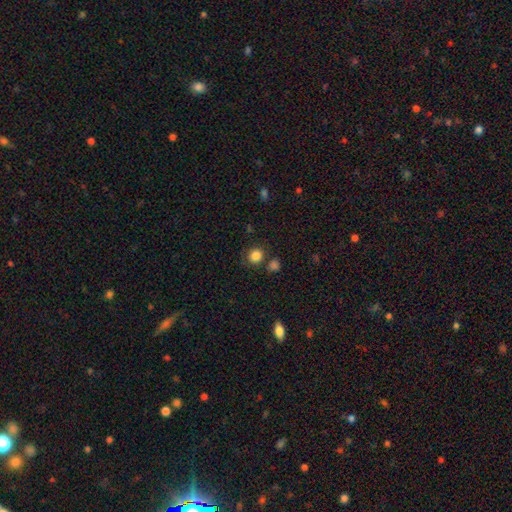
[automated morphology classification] Smooth or featured? Predicted: smooth (p=0.84). How rounded? Predicted: round (p=0.86). Merging? Predicted: none (p=0.77).